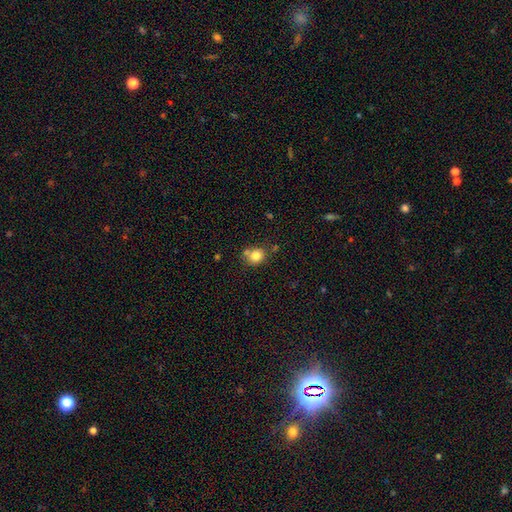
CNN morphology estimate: Smooth or featured? Predicted: smooth (p=0.80). How rounded? Predicted: round (p=0.73). Merging? Predicted: none (p=0.63).